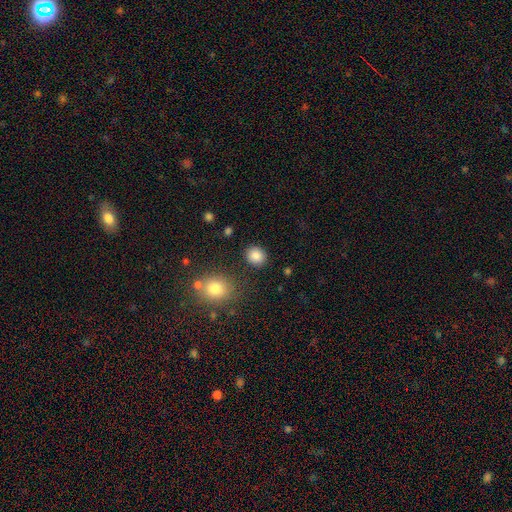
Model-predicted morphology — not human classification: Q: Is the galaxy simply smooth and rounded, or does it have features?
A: smooth — 87%.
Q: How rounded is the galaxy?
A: round — 73%.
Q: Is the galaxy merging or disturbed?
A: none — 87%.